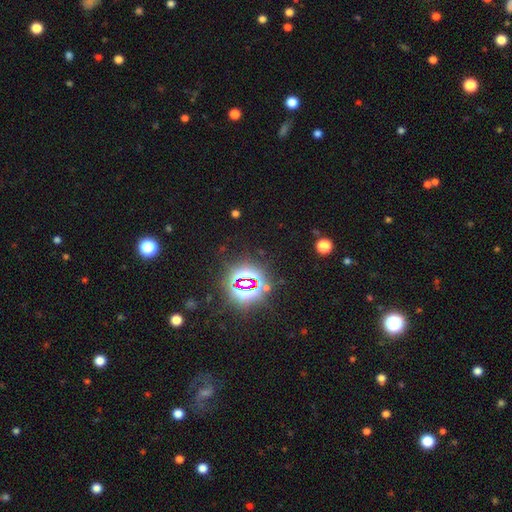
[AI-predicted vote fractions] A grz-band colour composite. It shows a star or artifact, not a galaxy (83%).